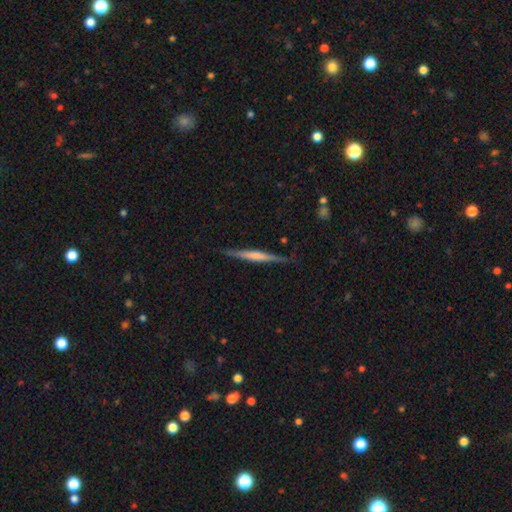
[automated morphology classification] smooth_or_featured: featured or disk (p=0.55) [alt: smooth p=0.40]
disk_edge_on: yes (p=0.97) [alt: no p=0.03]
edge_on_bulge: none (p=0.48) [alt: rounded p=0.27]
merging: none (p=0.86) [alt: minor disturbance p=0.11]